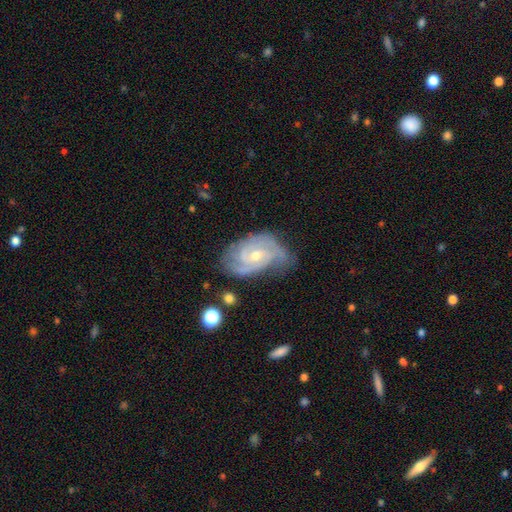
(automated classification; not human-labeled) Morphology: type=featured or disk (87%); edge-on=no (97%); bar=no (56%); spiral arms=yes (97%); winding=tight (55%); arm count=2 (40%); bulge=small (52%); merging=none (64%).